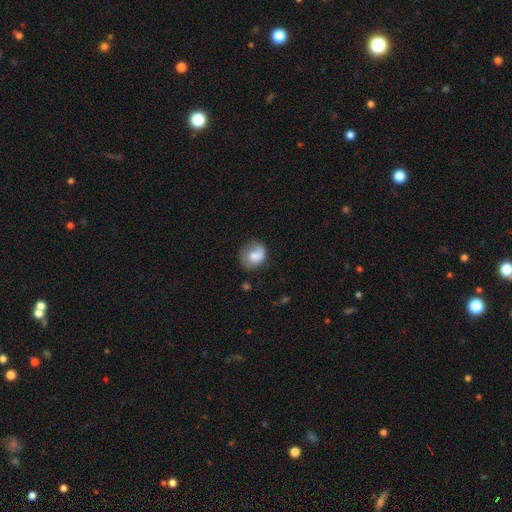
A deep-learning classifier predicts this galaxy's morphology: The model was most divided on "merging": none: 56%, minor disturbance: 28%, major disturbance: 14%, merger: 2%. More confident: smooth or featured — smooth (73%); how rounded — round (67%).